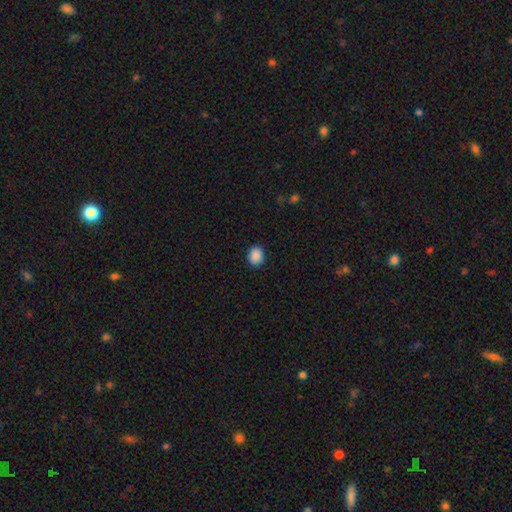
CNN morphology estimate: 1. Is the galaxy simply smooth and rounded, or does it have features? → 89% smooth, 9% star or artifact, 2% featured or disk.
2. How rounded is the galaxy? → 68% round, 31% in between, 1% cigar-shaped.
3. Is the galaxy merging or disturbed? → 90% none, 7% minor disturbance, 2% major disturbance, 1% merger.